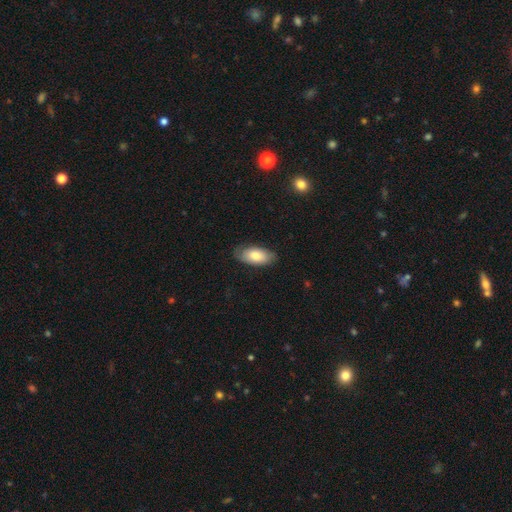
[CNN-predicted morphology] smooth-or-featured: smooth: 77% | featured or disk: 17% | star or artifact: 6%
  how-rounded: in between: 92% | cigar-shaped: 6% | round: 2%
  merging: none: 77% | minor disturbance: 18% | major disturbance: 4% | merger: 1%